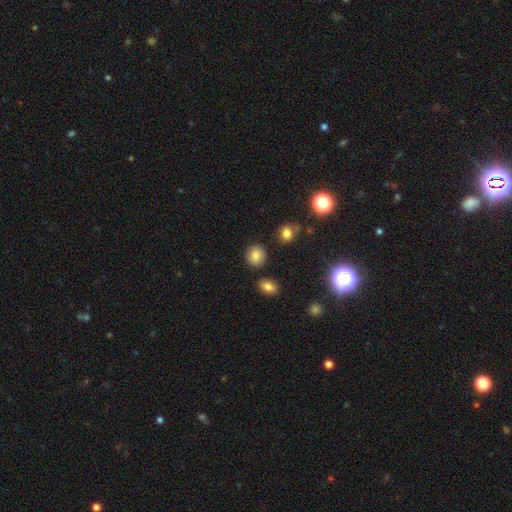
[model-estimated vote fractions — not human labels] smooth 83%, star or artifact 11%, featured or disk 6%. Down the decision tree: how rounded — round (82%); merging — none (85%).